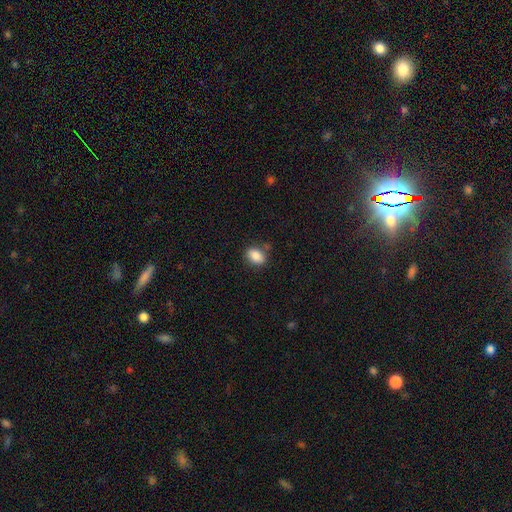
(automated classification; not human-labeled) Overall: smooth (85%). How rounded: in between (79%). Merging: none (77%).